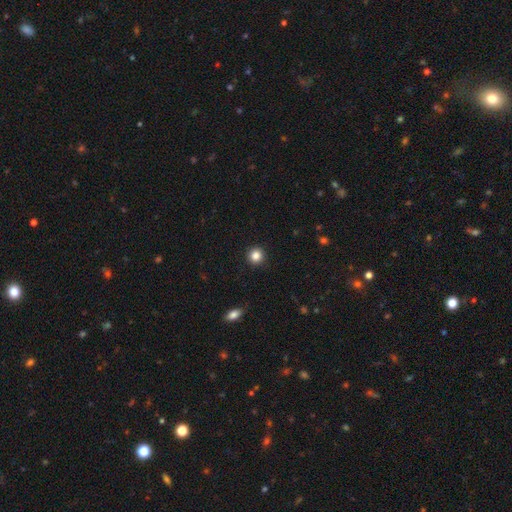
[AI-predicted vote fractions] A smooth galaxy with no disk features (85%) that is round (94%).

Vote fractions:
- Smooth or featured? smooth: 85% / star or artifact: 11% / featured or disk: 4%
- How rounded? round: 94% / in between: 5% / cigar-shaped: 1%
- Merging? none: 93% / minor disturbance: 5% / major disturbance: 2% / merger: 1%